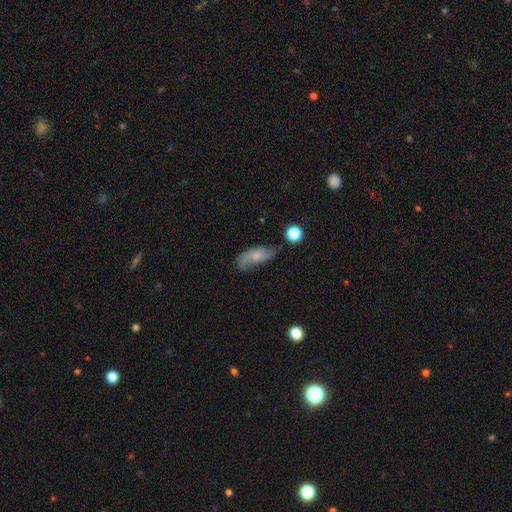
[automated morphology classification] Overall: smooth (53%; featured or disk 37%). How rounded: in between (79%). Merging: none (51%; minor disturbance 31%).